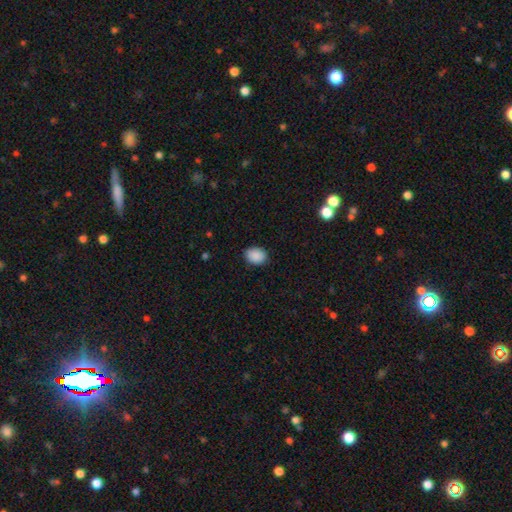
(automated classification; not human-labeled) A smooth galaxy with no disk features (90%) that is in between round and cigar-shaped (66%).

Vote fractions:
- Smooth or featured? smooth: 90% / star or artifact: 8% / featured or disk: 3%
- How rounded? in between: 66% / round: 33% / cigar-shaped: 1%
- Merging? none: 87% / minor disturbance: 10% / major disturbance: 2% / merger: 1%